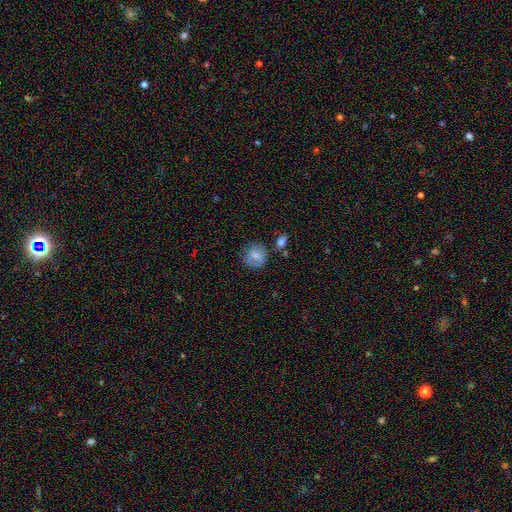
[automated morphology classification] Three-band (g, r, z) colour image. It shows a smooth galaxy with no disk features (74%) that is round (78%). Merging: none (66%).